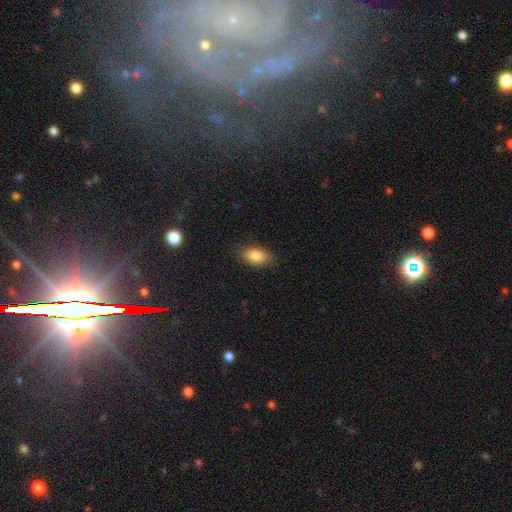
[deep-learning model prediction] Smooth or featured?
  - smooth: 85% *
  - star or artifact: 8%
  - featured or disk: 7%
How rounded?
  - in between: 89% *
  - round: 8%
  - cigar-shaped: 3%
Merging?
  - none: 82% *
  - minor disturbance: 13%
  - major disturbance: 3%
  - merger: 1%